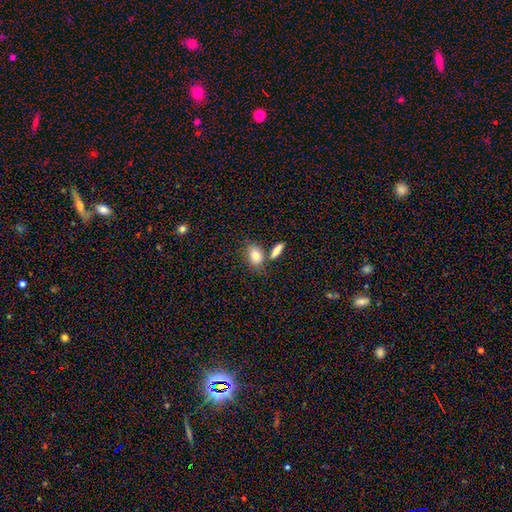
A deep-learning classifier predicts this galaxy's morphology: This is clearly a smooth galaxy (81%). How rounded: clearly in between (82%). Merging: likely none (62%).